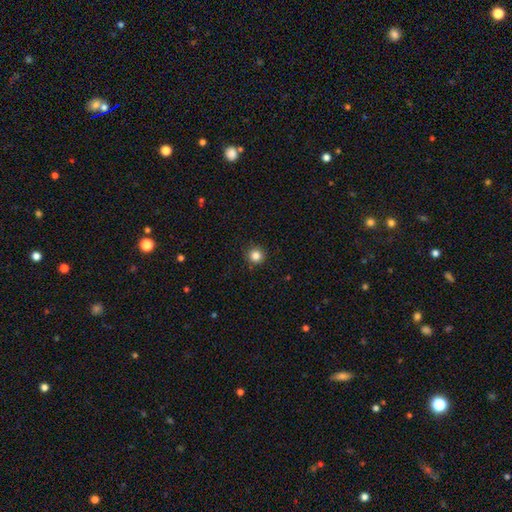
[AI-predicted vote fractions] This appears to be a smooth galaxy with no disk features (84%) that is round (95%). Merging: none (92%).